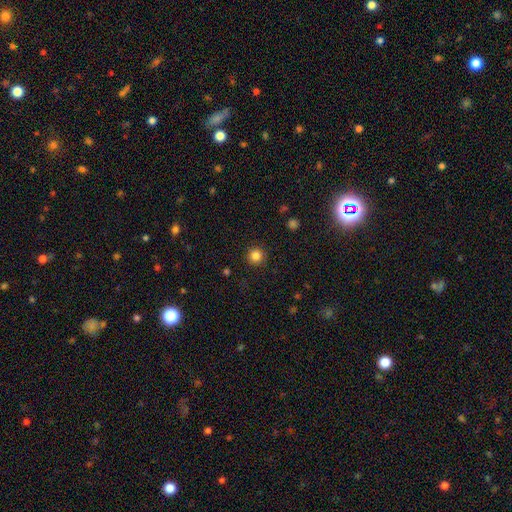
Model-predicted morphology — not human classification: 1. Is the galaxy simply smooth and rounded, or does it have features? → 84% smooth, 11% star or artifact, 5% featured or disk.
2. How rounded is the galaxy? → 95% round, 4% in between, 1% cigar-shaped.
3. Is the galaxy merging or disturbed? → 91% none, 6% minor disturbance, 2% major disturbance, 1% merger.